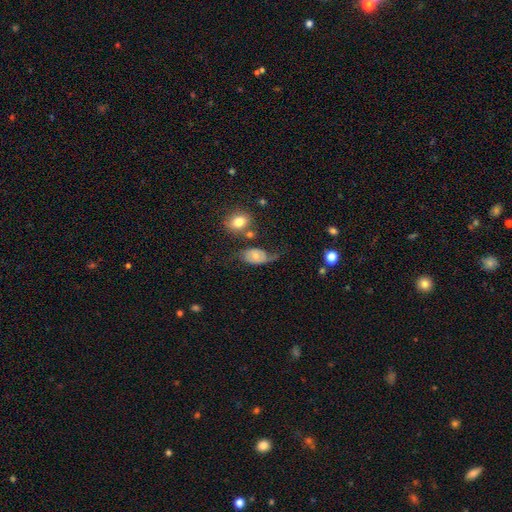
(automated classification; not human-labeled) Q: Smooth or featured?
A: smooth (46%); tied with: featured or disk (46%)
Q: Merging?
A: major disturbance (32%); runner-up: none (31%)